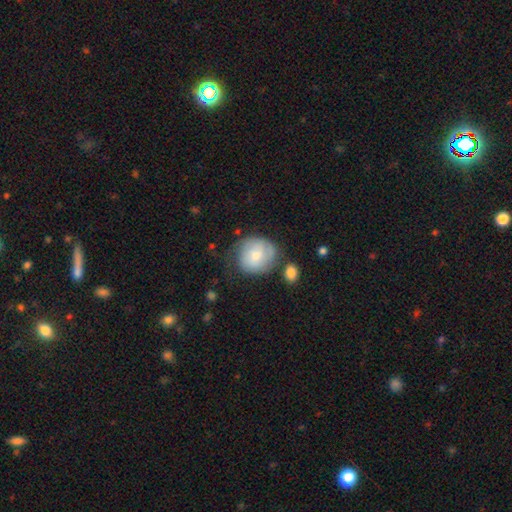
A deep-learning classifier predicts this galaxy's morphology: Smooth or featured?
  - smooth: 62% *
  - featured or disk: 32%
  - star or artifact: 7%
How rounded?
  - round: 83% *
  - in between: 16%
  - cigar-shaped: 1%
Merging?
  - none: 59% *
  - minor disturbance: 24%
  - major disturbance: 10%
  - merger: 7%